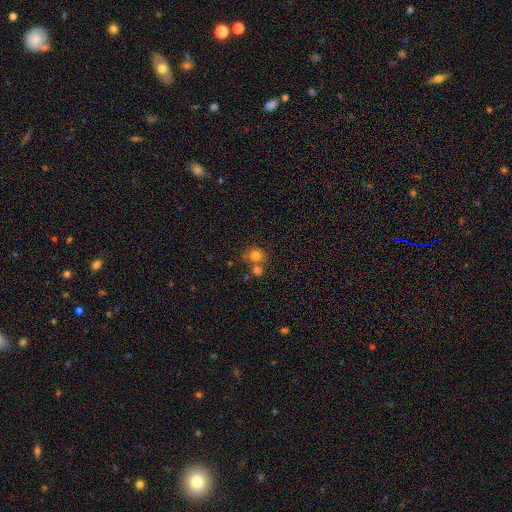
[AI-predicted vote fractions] Overall: smooth (78%). How rounded: round (84%). Merging: none (55%; merger 33%).